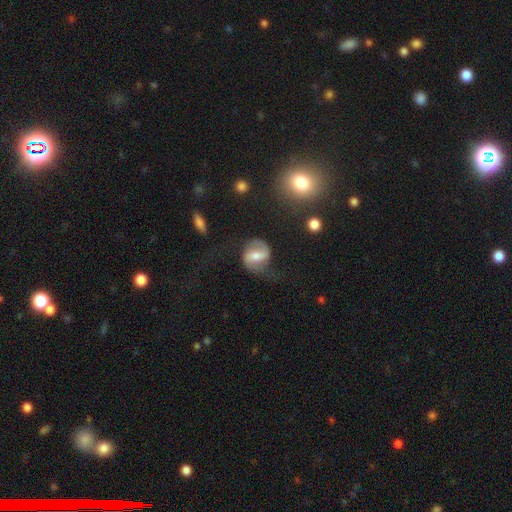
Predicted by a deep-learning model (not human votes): This is likely a featured or disk galaxy (71%). It is clearly not viewed edge-on (97%). Bar: possibly strong (48%). Spiral arm pattern: clearly yes (88%). Spiral arm count: clearly 2 (89%). Spiral winding: possibly medium (46%). Central bulge: possibly moderate (58%). Merging: likely none (67%).